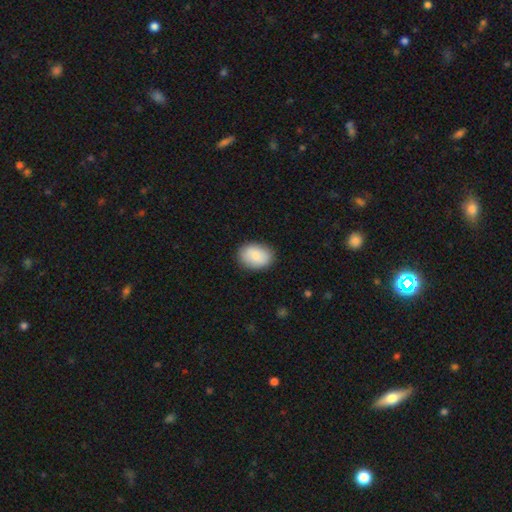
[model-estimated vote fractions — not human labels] This appears to be a smooth galaxy with no disk features (84%) that is in between round and cigar-shaped (74%). Merging: none (87%).